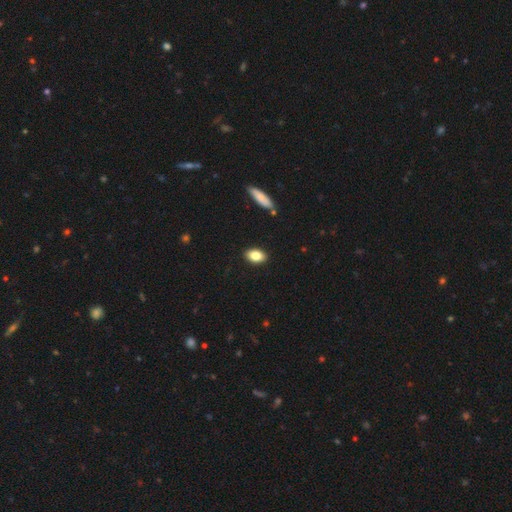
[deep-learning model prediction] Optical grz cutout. It shows a smooth galaxy with no disk features (84%) that is in between round and cigar-shaped (89%). Merging: none (89%).